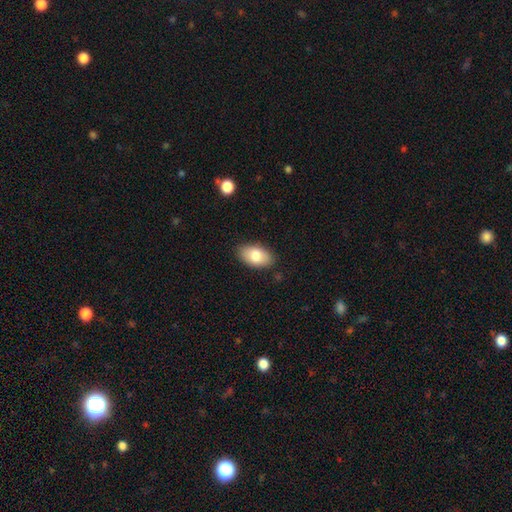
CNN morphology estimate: A smooth galaxy with no disk features (81%) that is in between round and cigar-shaped (94%).

Vote fractions:
- Smooth or featured? smooth: 81% / featured or disk: 13% / star or artifact: 7%
- How rounded? in between: 94% / round: 4% / cigar-shaped: 2%
- Merging? none: 85% / minor disturbance: 12% / major disturbance: 2% / merger: 1%